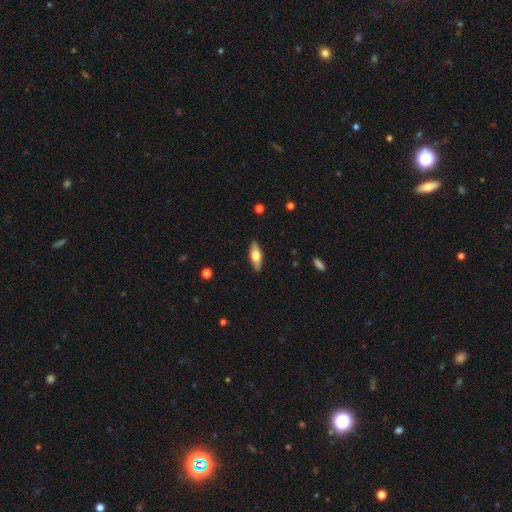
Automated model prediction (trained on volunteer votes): Morphology: type=smooth (59%); roundness=in between (69%); merging=none (88%).